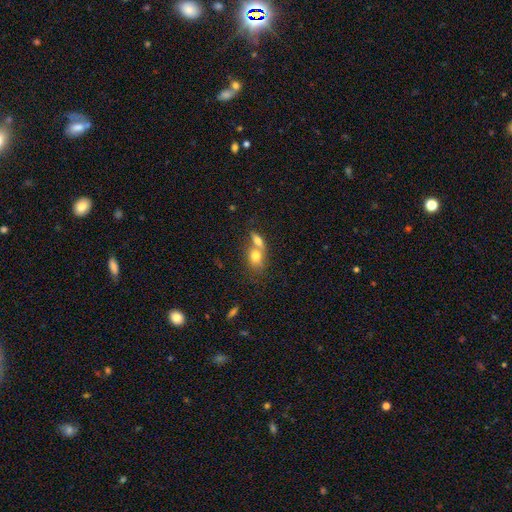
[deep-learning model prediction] Smooth or featured: smooth — 75% (featured or disk — 17%)
How rounded: in between — 62% (round — 35%)
Merging: merger — 63% (none — 25%)